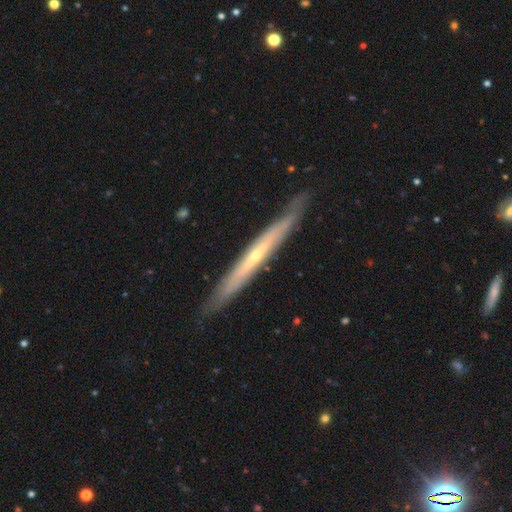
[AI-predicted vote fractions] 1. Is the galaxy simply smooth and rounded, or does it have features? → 73% featured or disk, 22% smooth, 5% star or artifact.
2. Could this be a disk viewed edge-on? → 90% yes, 10% no.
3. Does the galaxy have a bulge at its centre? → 57% rounded, 41% none, 3% boxy.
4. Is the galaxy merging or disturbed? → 86% none, 11% minor disturbance, 2% major disturbance, 1% merger.